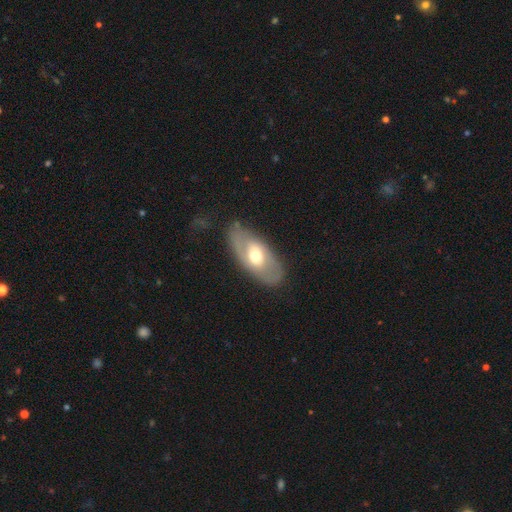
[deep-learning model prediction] The model was most divided on "smooth or featured": featured or disk: 51%, smooth: 43%, star or artifact: 6%. More confident: edge-on disk — no (85%); merging — none (78%).